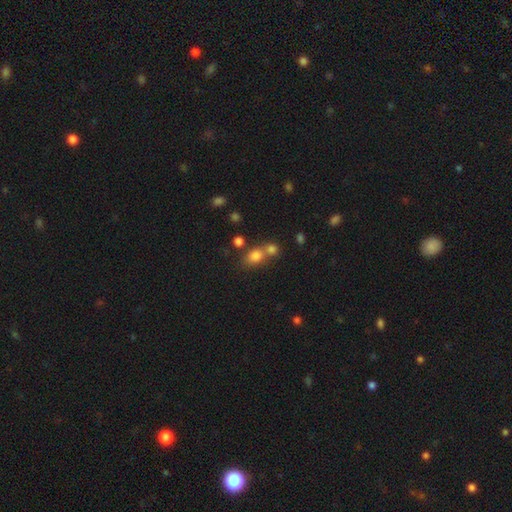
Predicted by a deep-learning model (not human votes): smooth-or-featured: smooth: 79% | star or artifact: 13% | featured or disk: 8%
  how-rounded: round: 50% | in between: 48% | cigar-shaped: 2%
  merging: none: 46% | merger: 40% | minor disturbance: 9% | major disturbance: 4%